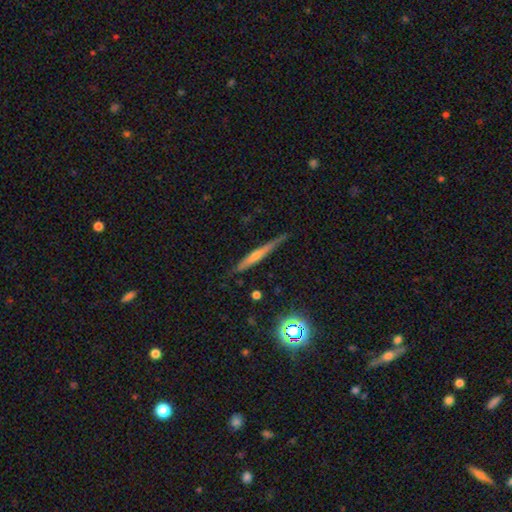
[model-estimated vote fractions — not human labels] A featured or disk galaxy (64%) viewed edge-on (97%) with a rounded central bulge (69%).

Vote fractions:
- Smooth or featured? featured or disk: 64% / smooth: 24% / star or artifact: 12%
- Edge-on disk? yes: 97% / no: 3%
- Edge-on bulge? rounded: 69% / none: 24% / boxy: 6%
- Merging? none: 87% / minor disturbance: 10% / major disturbance: 2% / merger: 1%